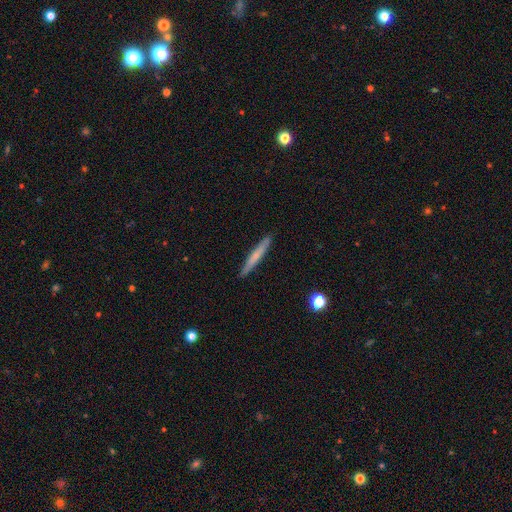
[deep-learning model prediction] Overall: smooth (59%; featured or disk 35%). How rounded: cigar-shaped (96%). Merging: none (91%).